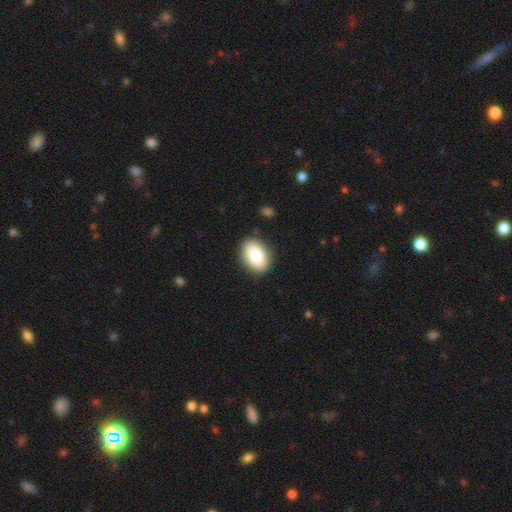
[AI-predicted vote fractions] Overall: smooth (84%). How rounded: in between (85%). Merging: none (87%).